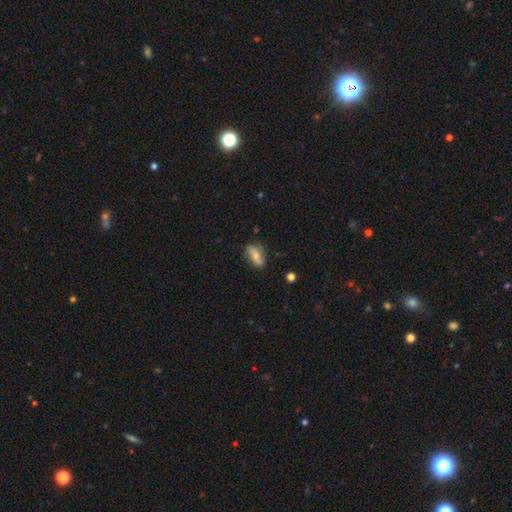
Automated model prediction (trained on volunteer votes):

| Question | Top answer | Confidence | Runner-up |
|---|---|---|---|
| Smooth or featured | featured or disk | 47% | smooth (45%) |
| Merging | none | 75% | minor disturbance (18%) |